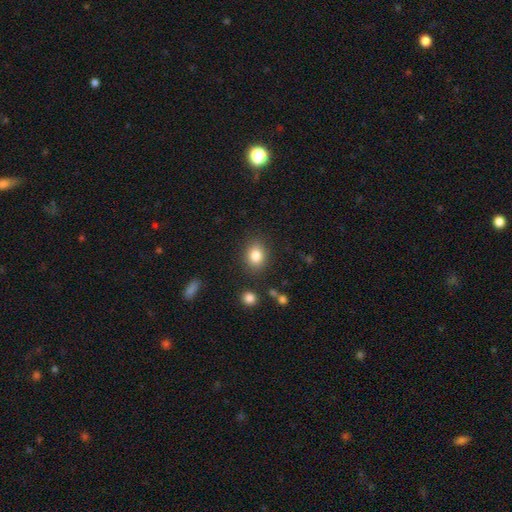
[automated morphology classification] type=smooth (83%); roundness=in between (52%); merging=none (85%).